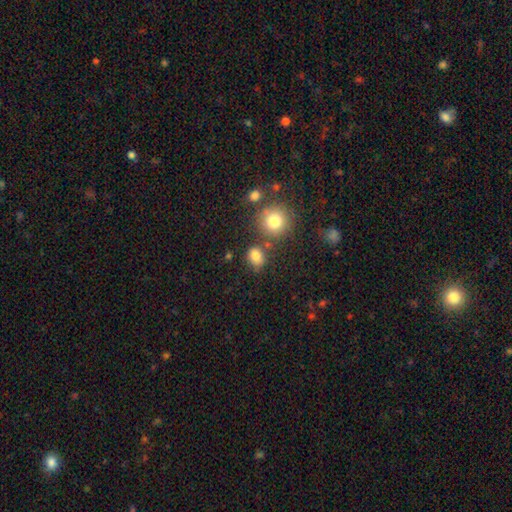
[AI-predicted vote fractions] Overall: smooth (80%). How rounded: round (63%; in between 36%). Merging: none (72%).